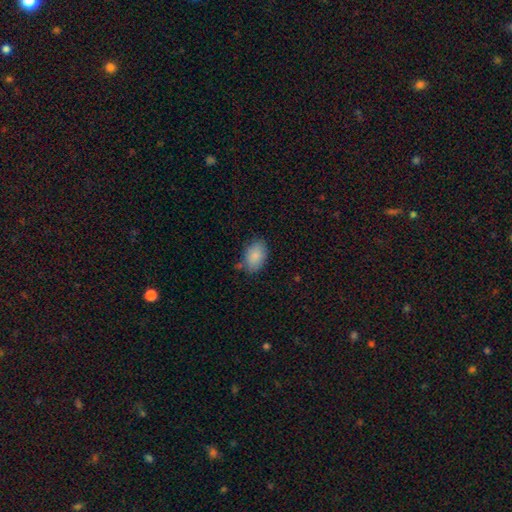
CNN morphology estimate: This is clearly a smooth galaxy (87%). How rounded: clearly in between (90%). Merging: likely none (73%).